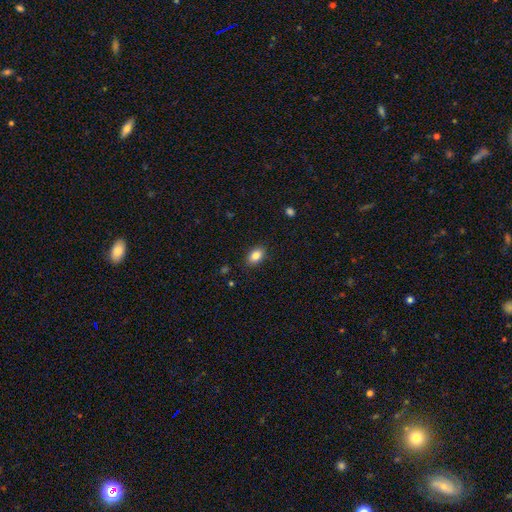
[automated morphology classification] Smooth or featured: smooth — 85% (star or artifact — 9%)
How rounded: in between — 85% (round — 14%)
Merging: none — 88% (minor disturbance — 9%)